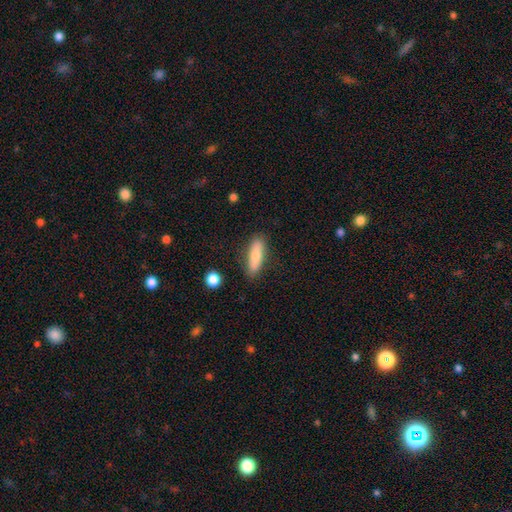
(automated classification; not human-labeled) Smooth or featured? smooth (80%)
How rounded? cigar-shaped (52%)
Merging? none (82%)